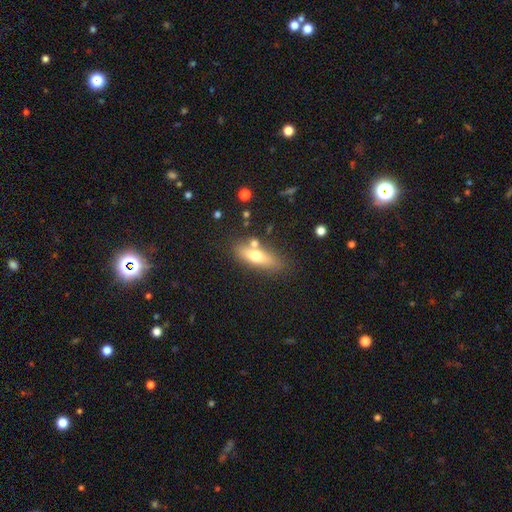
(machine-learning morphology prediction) A smooth galaxy with no disk features (61%) that is in between round and cigar-shaped (56%).

Vote fractions:
- Smooth or featured? smooth: 61% / featured or disk: 31% / star or artifact: 8%
- How rounded? in between: 56% / cigar-shaped: 40% / round: 4%
- Merging? none: 71% / minor disturbance: 14% / merger: 11% / major disturbance: 4%